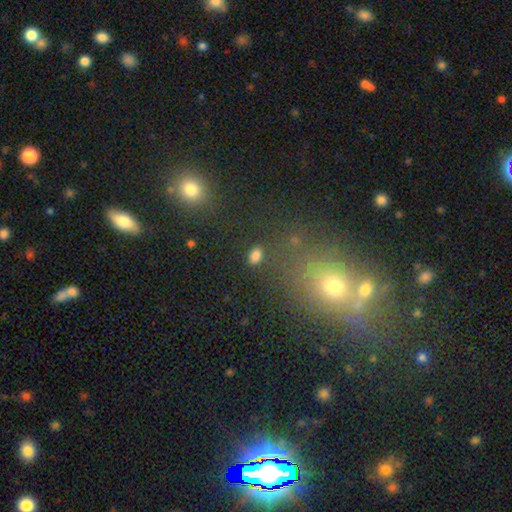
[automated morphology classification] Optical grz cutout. It shows a smooth galaxy with no disk features (81%) that is in between round and cigar-shaped (88%). Merging: none (83%).